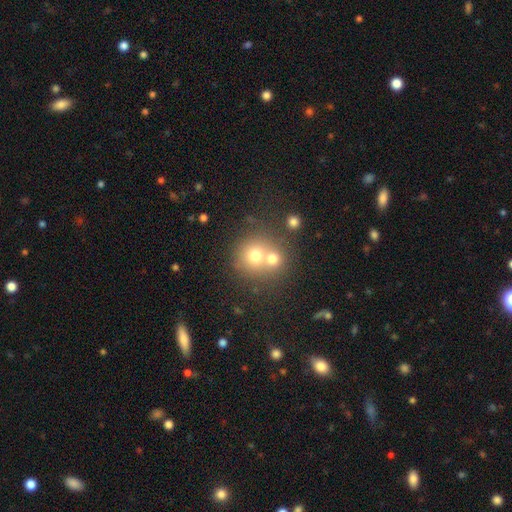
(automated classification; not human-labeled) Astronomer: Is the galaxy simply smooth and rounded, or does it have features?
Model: smooth — 68%.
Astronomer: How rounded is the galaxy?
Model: round — 87%.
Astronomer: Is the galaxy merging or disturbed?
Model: merger — 50% (runner-up: none, 41%).